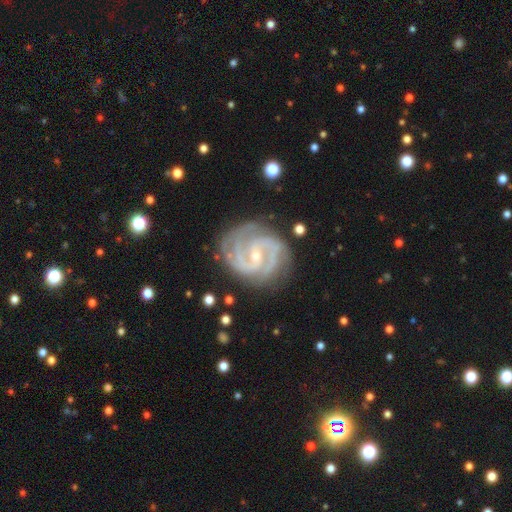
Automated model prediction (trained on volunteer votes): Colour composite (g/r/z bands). It shows a featured or disk galaxy (92%) with a weak bar (44%), 2 (61%) tight (52%) spiral arms (98%) and a small central bulge (74%). Merging: none (78%).